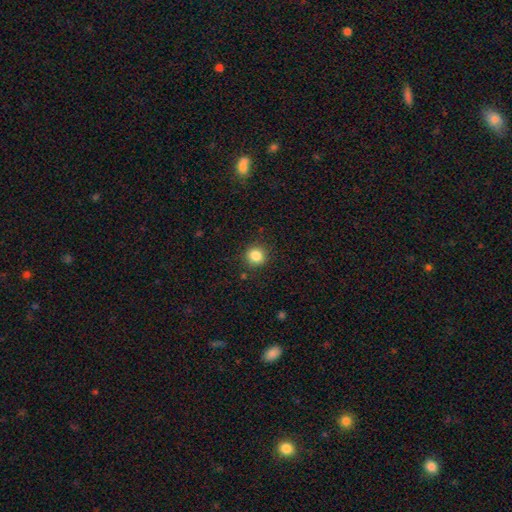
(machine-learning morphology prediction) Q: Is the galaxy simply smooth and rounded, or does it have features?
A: smooth — 85%.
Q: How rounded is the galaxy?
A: round — 90%.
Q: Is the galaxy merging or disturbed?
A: none — 89%.